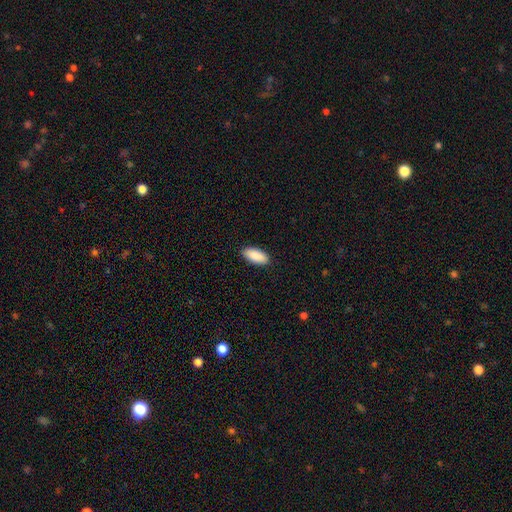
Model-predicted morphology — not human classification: The model was most divided on "how rounded": in between: 90%, cigar-shaped: 9%, round: 2%. More confident: smooth or featured — smooth (91%); merging — none (90%).